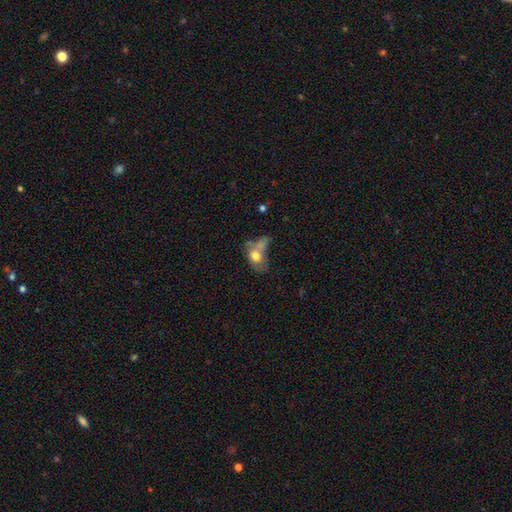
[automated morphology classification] This is likely a smooth galaxy (69%). How rounded: clearly in between (81%). Merging: possibly merger (49%).